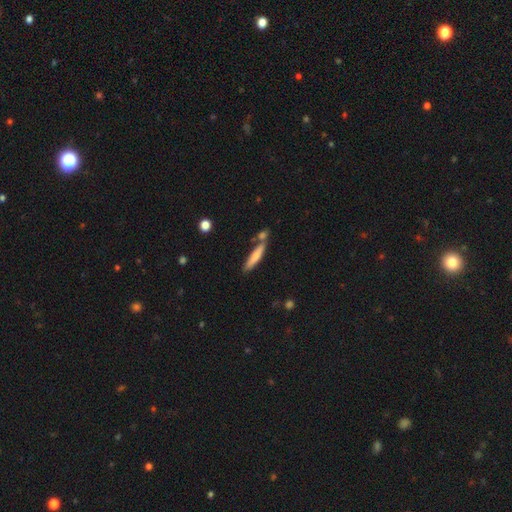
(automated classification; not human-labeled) Smooth or featured?
  - smooth: 69% *
  - featured or disk: 25%
  - star or artifact: 6%
How rounded?
  - cigar-shaped: 88% *
  - in between: 10%
  - round: 2%
Merging?
  - none: 67% *
  - merger: 17%
  - minor disturbance: 13%
  - major disturbance: 3%